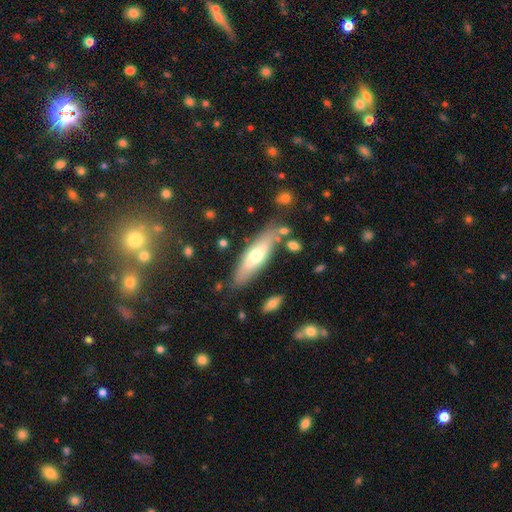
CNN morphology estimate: Q: Smooth or featured?
A: smooth (54%); runner-up: featured or disk (39%)
Q: How rounded?
A: cigar-shaped (59%); runner-up: in between (39%)
Q: Merging?
A: none (79%); runner-up: minor disturbance (13%)